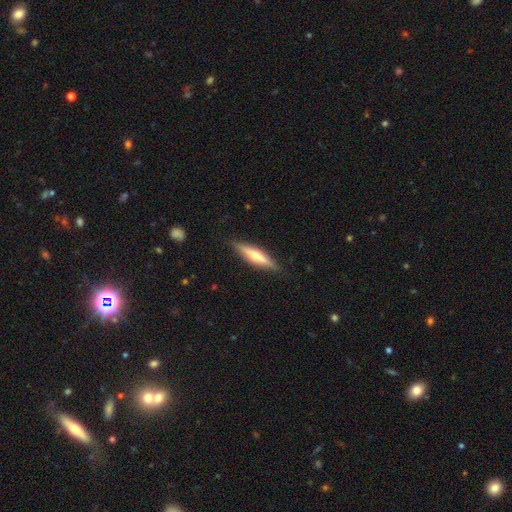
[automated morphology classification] smooth-or-featured: featured or disk: 62% | smooth: 32% | star or artifact: 6%
  disk-edge-on: yes: 95% | no: 5%
    edge-on-bulge: rounded: 82% | none: 10% | boxy: 8%
  merging: none: 87% | minor disturbance: 10% | major disturbance: 2% | merger: 1%